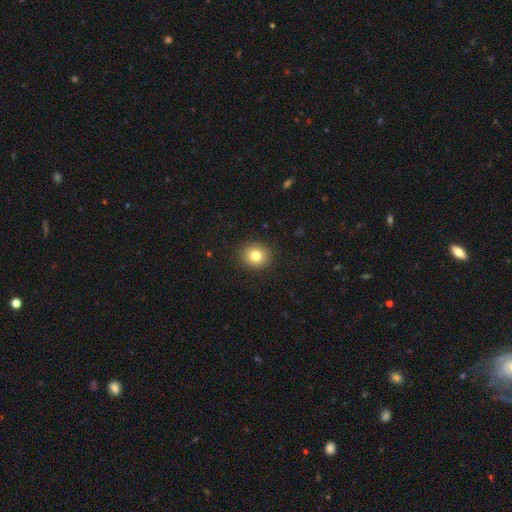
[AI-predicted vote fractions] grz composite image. It shows a smooth galaxy with no disk features (80%) that is round (85%). Merging: none (91%).